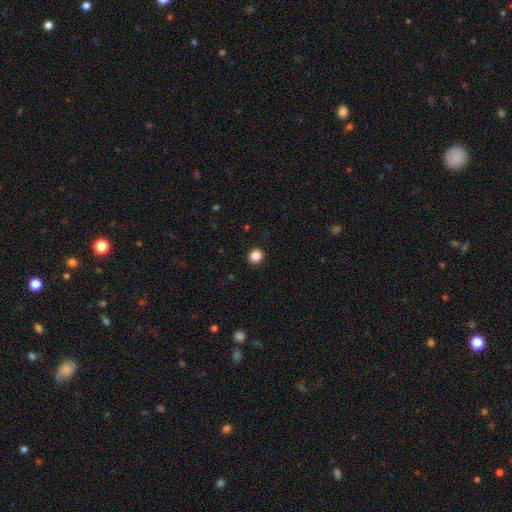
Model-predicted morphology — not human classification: Smooth or featured: smooth — 86% (star or artifact — 11%)
How rounded: round — 84% (in between — 15%)
Merging: none — 93% (minor disturbance — 5%)